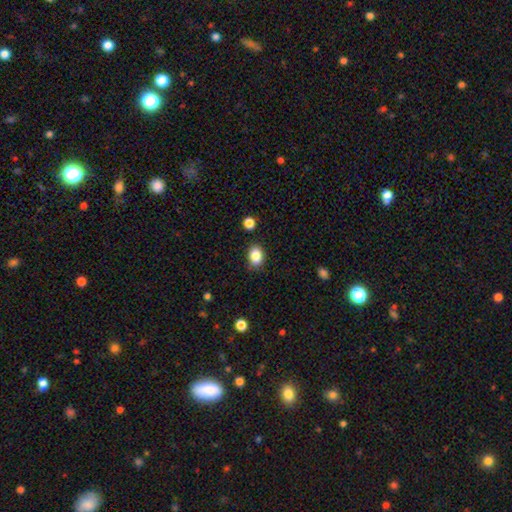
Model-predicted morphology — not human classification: type=smooth (86%); roundness=in between (72%); merging=none (85%).